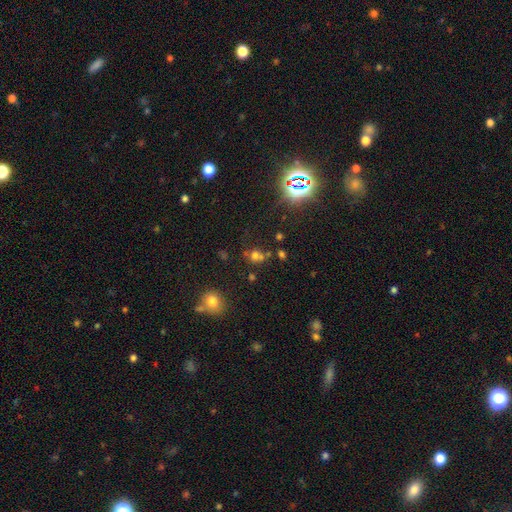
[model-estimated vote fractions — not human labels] Smooth or featured? smooth (59%)
How rounded? round (76%)
Merging? none (51%)